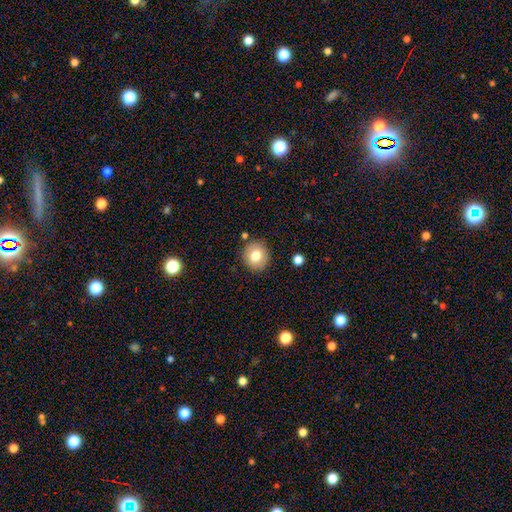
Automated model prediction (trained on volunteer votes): Smooth or featured: smooth — 78% (featured or disk — 12%)
How rounded: round — 82% (in between — 17%)
Merging: none — 86% (minor disturbance — 9%)